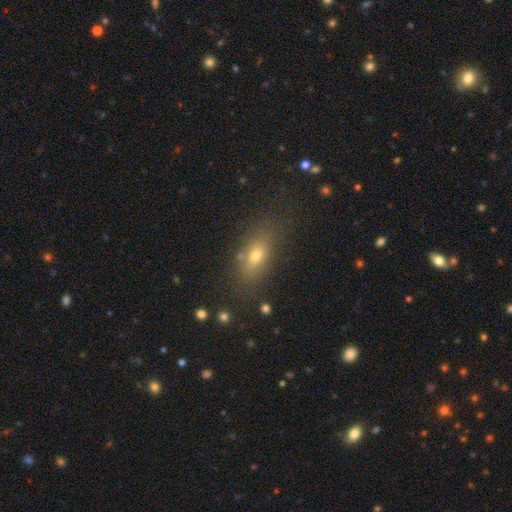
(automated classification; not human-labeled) A smooth galaxy with no disk features (69%) that is in between round and cigar-shaped (76%). Merging: none (76%).